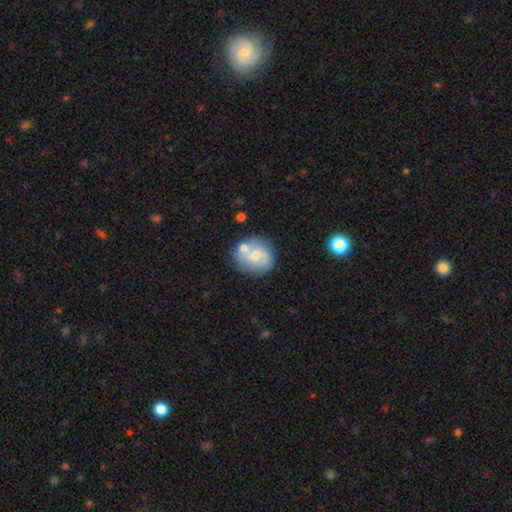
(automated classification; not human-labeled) smooth_or_featured: featured or disk (p=0.47) [alt: smooth p=0.45]
merging: none (p=0.58) [alt: merger p=0.21]